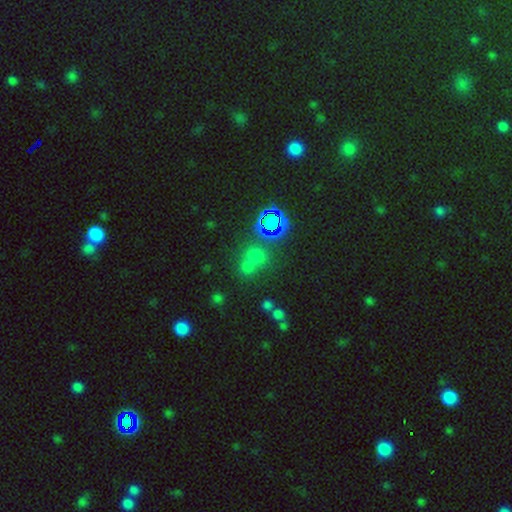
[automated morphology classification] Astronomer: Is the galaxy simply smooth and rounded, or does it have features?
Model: smooth — 53% (runner-up: star or artifact, 38%).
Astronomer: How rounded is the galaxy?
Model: round — 76%.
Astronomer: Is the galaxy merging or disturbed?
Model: none — 52% (runner-up: merger, 33%).